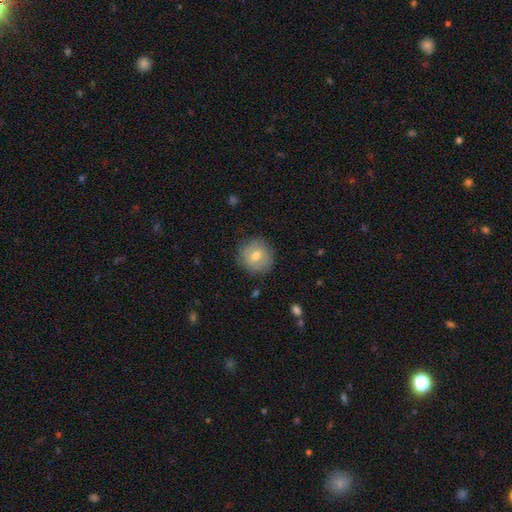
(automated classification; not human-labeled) Smooth or featured? Predicted: smooth (p=0.67). How rounded? Predicted: round (p=0.91). Merging? Predicted: none (p=0.84).